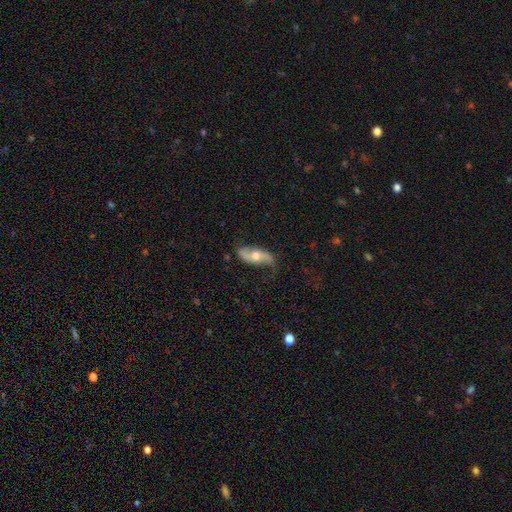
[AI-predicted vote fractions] This appears to be a featured or disk galaxy (71%) with no bar (63%), 2 (92%) loose (78%) spiral arms (89%) and a moderate central bulge (74%). Merging: none (73%).